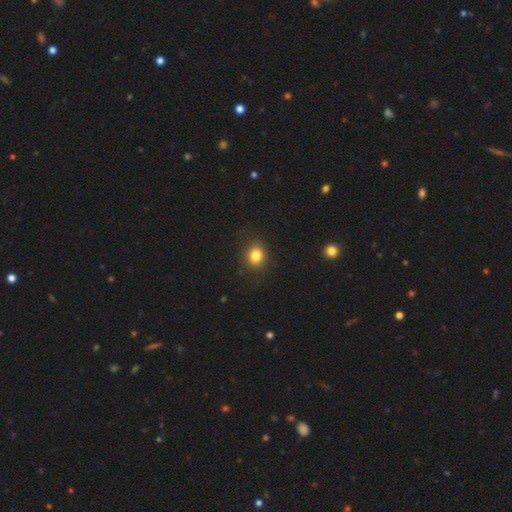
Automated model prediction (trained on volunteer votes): This is clearly a smooth galaxy (82%). How rounded: likely round (75%). Merging: clearly none (87%).